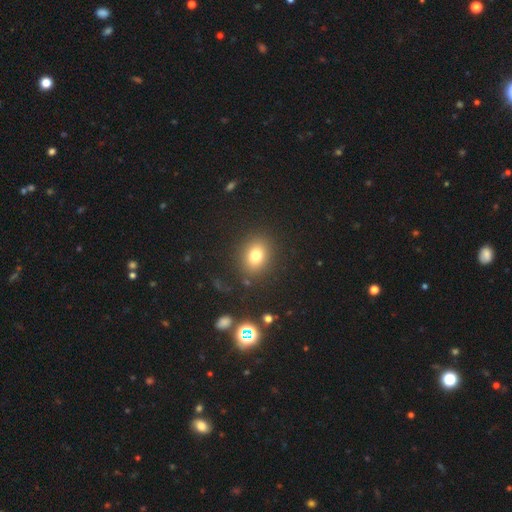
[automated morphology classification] smooth 76%, star or artifact 14%, featured or disk 10%. Down the decision tree: how rounded — round (54%); merging — none (86%).